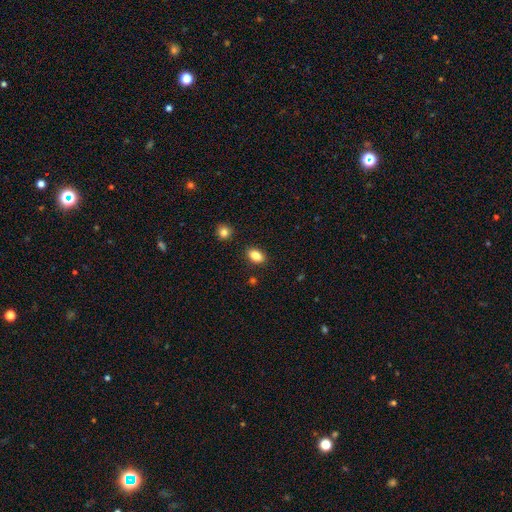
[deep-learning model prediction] A smooth galaxy with no disk features (85%) that is in between round and cigar-shaped (86%).

Vote fractions:
- Smooth or featured? smooth: 85% / star or artifact: 9% / featured or disk: 6%
- How rounded? in between: 86% / round: 13% / cigar-shaped: 2%
- Merging? none: 87% / minor disturbance: 8% / merger: 2% / major disturbance: 2%